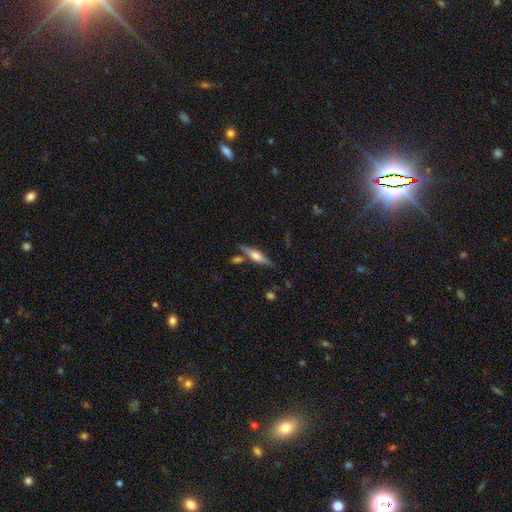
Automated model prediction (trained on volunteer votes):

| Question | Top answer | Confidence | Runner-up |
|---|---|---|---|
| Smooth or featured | featured or disk | 67% | smooth (26%) |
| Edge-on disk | yes | 96% | no (4%) |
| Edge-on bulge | rounded | 80% | boxy (17%) |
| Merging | none | 78% | minor disturbance (11%) |